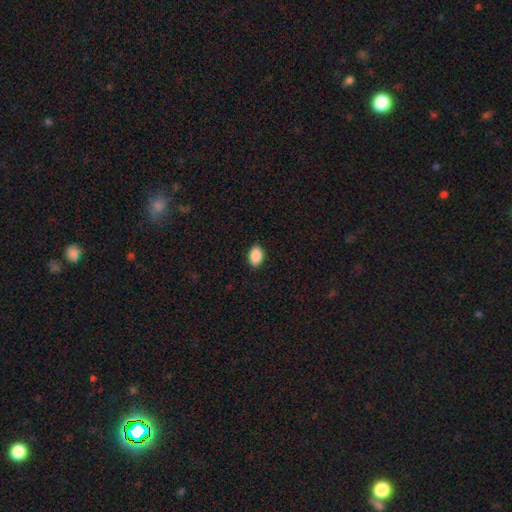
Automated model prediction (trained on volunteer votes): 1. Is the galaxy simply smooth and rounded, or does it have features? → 90% smooth, 7% star or artifact, 3% featured or disk.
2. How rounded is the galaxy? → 87% in between, 12% round, 1% cigar-shaped.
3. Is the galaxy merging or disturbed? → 90% none, 8% minor disturbance, 2% major disturbance, 1% merger.